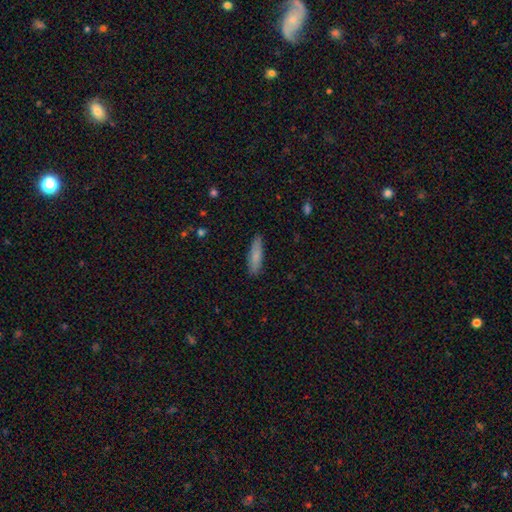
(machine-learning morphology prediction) type=smooth (82%); roundness=cigar-shaped (70%); merging=none (87%).